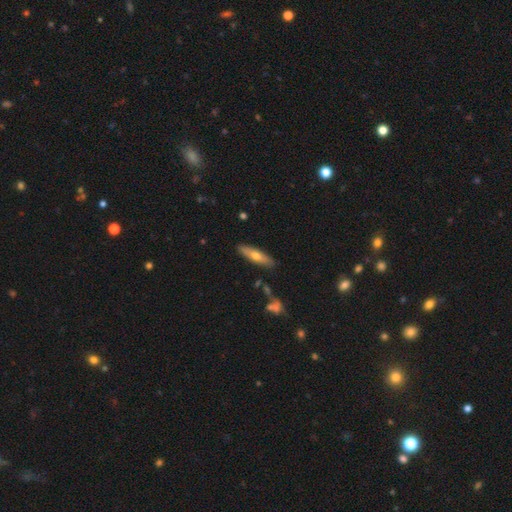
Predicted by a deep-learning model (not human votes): A smooth galaxy with no disk features (55%) that is cigar-shaped (71%).

Vote fractions:
- Smooth or featured? smooth: 55% / featured or disk: 39% / star or artifact: 6%
- How rounded? cigar-shaped: 71% / in between: 27% / round: 2%
- Merging? none: 86% / minor disturbance: 9% / merger: 2% / major disturbance: 2%